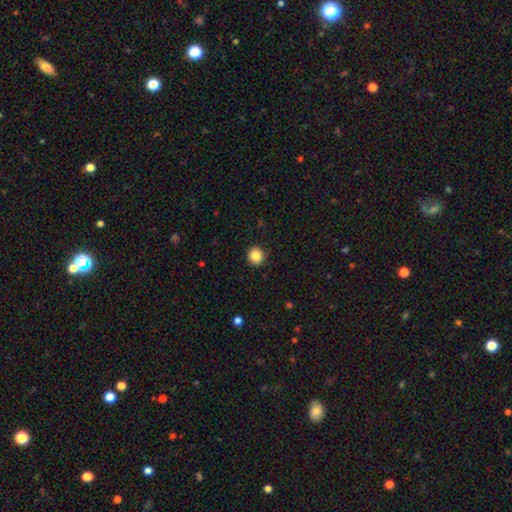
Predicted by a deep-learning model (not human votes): This appears to be a smooth galaxy with no disk features (86%) that is round (93%). Merging: none (92%).